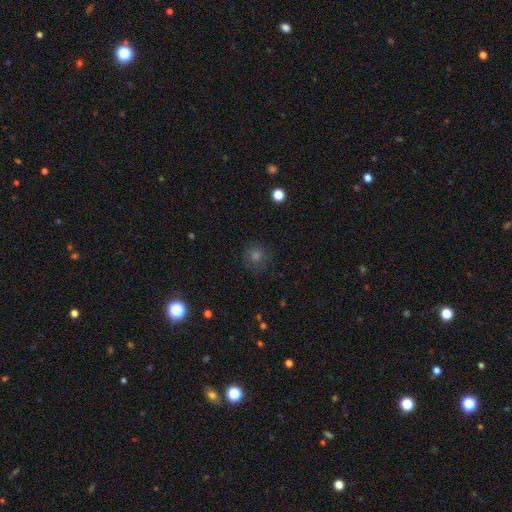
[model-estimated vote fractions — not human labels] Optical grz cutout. It shows a smooth galaxy with no disk features (62%) that is round (92%). Merging: none (84%).